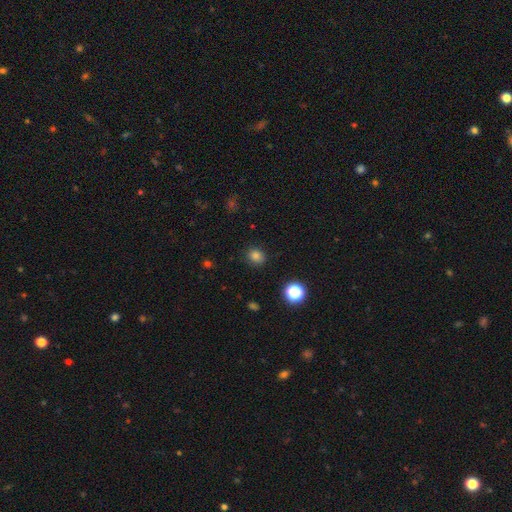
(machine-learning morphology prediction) This appears to be a smooth galaxy with no disk features (80%) that is round (68%). Merging: none (86%).